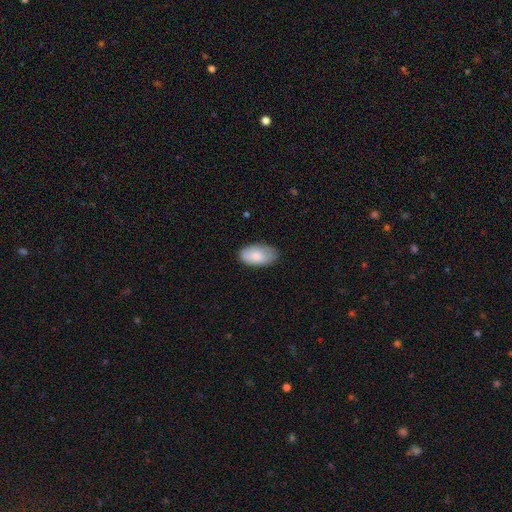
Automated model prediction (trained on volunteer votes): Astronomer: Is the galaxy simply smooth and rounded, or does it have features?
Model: smooth — 85%.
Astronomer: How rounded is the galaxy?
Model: in between — 95%.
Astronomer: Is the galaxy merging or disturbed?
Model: none — 78%.